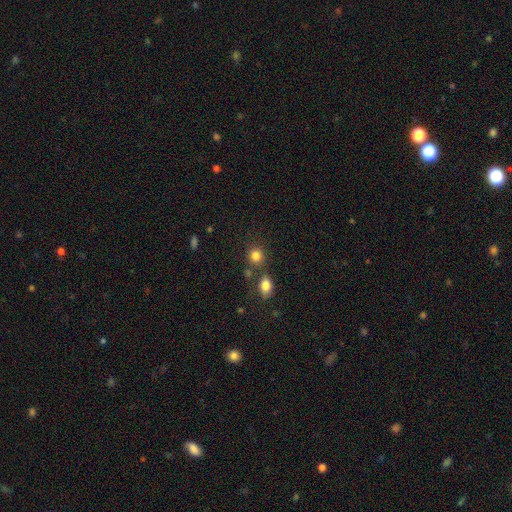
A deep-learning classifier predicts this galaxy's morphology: A smooth galaxy with no disk features (83%) that is round (80%). Merging: none (70%).